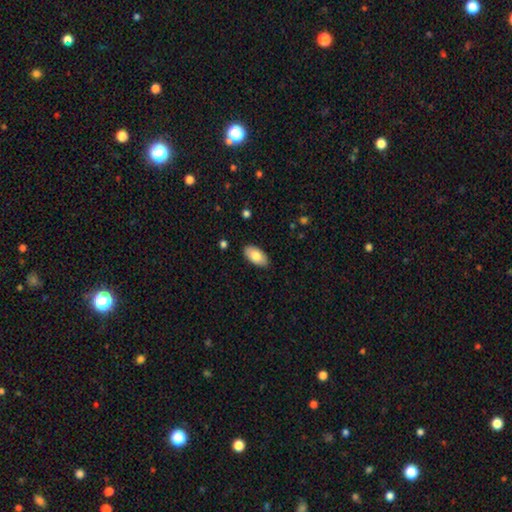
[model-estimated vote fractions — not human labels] Smooth or featured: smooth — 80% (featured or disk — 14%)
How rounded: in between — 95% (round — 2%)
Merging: none — 88% (minor disturbance — 9%)